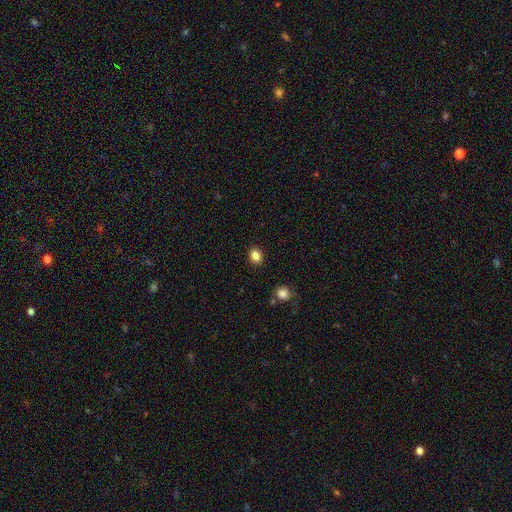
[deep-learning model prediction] This appears to be a smooth galaxy with no disk features (84%) that is round (51%). Merging: none (89%).